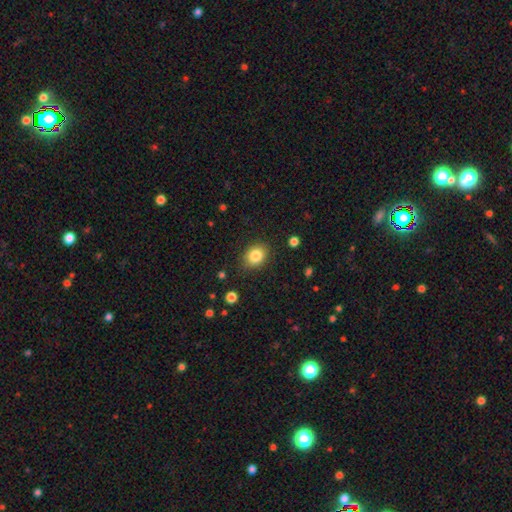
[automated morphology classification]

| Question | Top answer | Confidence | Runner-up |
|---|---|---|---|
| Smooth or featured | smooth | 84% | star or artifact (10%) |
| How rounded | in between | 52% | round (47%) |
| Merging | none | 85% | minor disturbance (10%) |